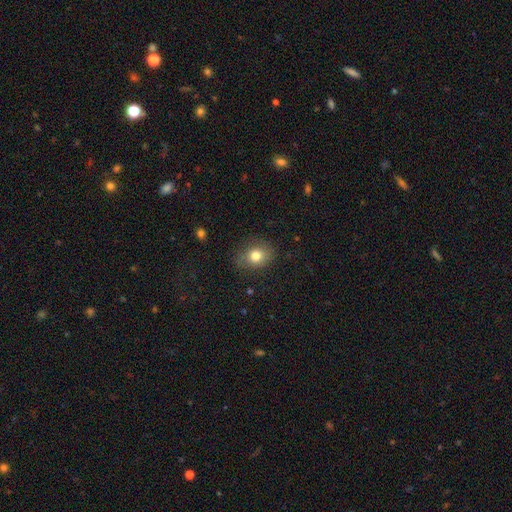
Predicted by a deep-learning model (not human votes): Smooth or featured? smooth (78%)
How rounded? in between (51%)
Merging? none (75%)